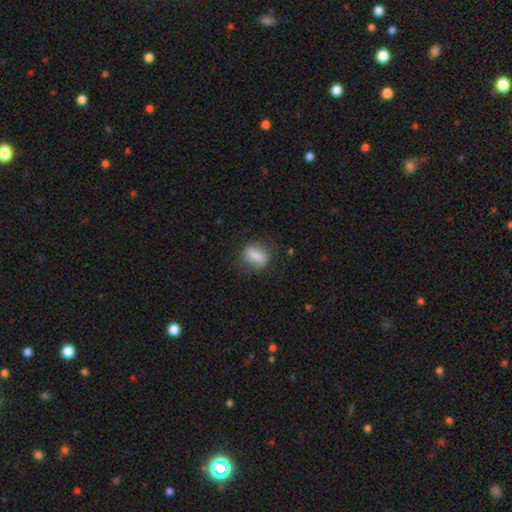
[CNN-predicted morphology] Smooth or featured? smooth (80%)
How rounded? in between (72%)
Merging? none (74%)